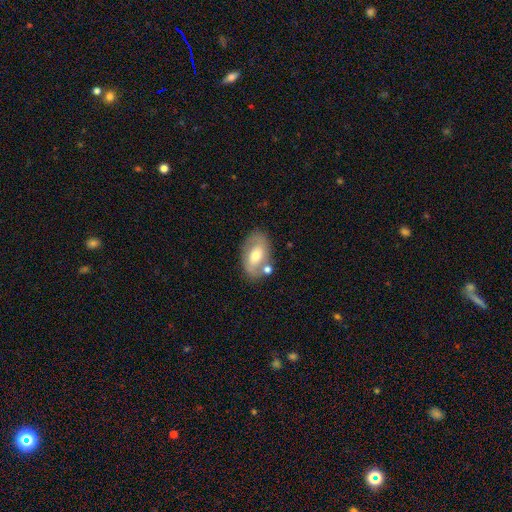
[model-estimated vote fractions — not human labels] Smooth or featured? Predicted: featured or disk (p=0.54). Edge-on disk? Predicted: no (p=0.92). Bar? Predicted: no (p=0.41). Spiral arms? Predicted: yes (p=0.58). Bulge size? Predicted: moderate (p=0.68). Merging? Predicted: none (p=0.68).